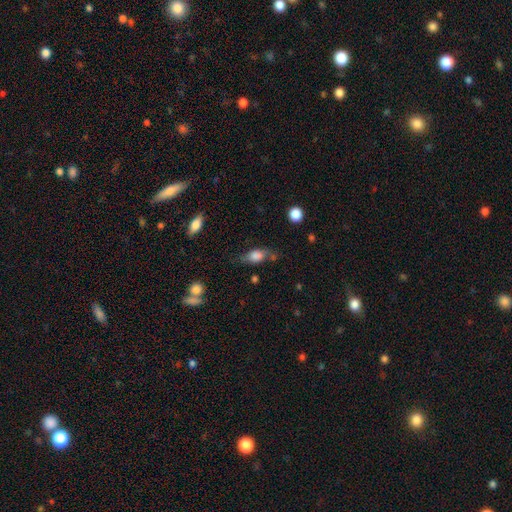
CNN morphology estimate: Q: Smooth or featured?
A: smooth (64%); runner-up: featured or disk (27%)
Q: How rounded?
A: in between (77%); runner-up: cigar-shaped (13%)
Q: Merging?
A: none (56%); runner-up: minor disturbance (28%)